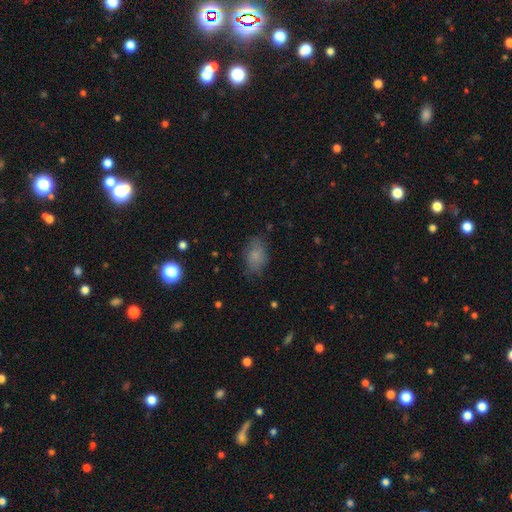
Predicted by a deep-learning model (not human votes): Morphology: type=smooth (78%); roundness=in between (81%); merging=none (71%).